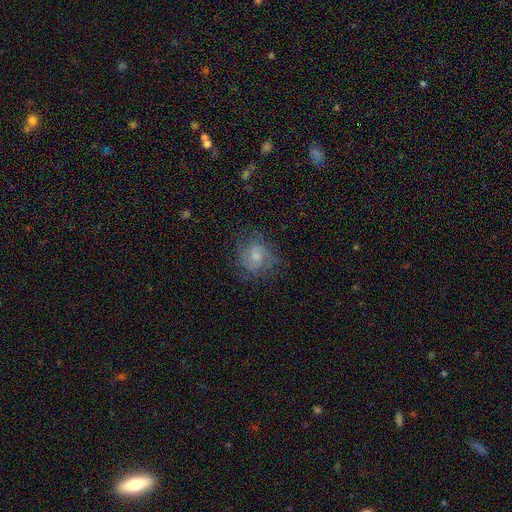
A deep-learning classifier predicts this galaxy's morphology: Overall: featured or disk (55%; smooth 35%). Edge-on disk: no (97%). Bar: no (55%; weak 39%). Spiral arms: yes (83%). Bulge size: moderate (42%; small 40%). Merging: none (69%).